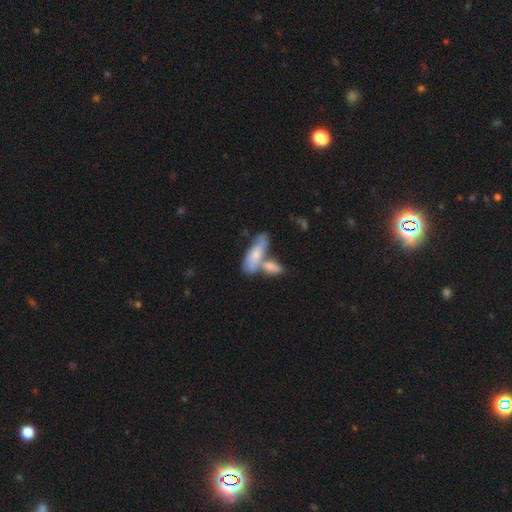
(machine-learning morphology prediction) smooth 56%, featured or disk 38%, star or artifact 6%. Down the decision tree: how rounded — in between (63%); merging — merger (49%).